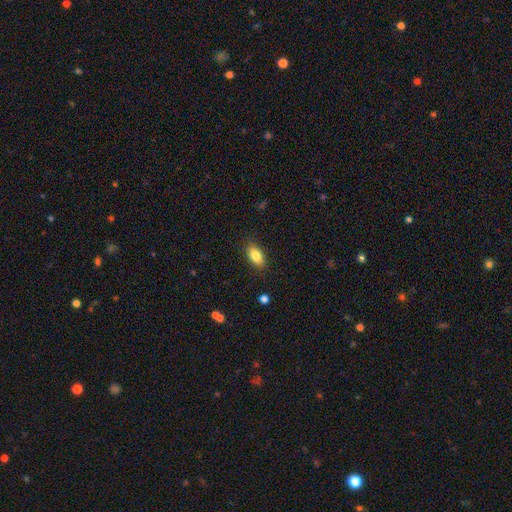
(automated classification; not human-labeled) The model was most divided on "merging": none: 86%, minor disturbance: 10%, major disturbance: 3%, merger: 1%. More confident: how rounded — in between (88%); smooth or featured — smooth (84%).